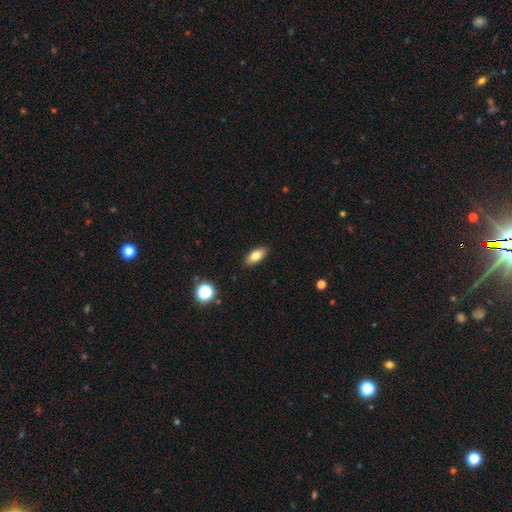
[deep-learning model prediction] Overall: smooth (78%). How rounded: in between (85%). Merging: none (89%).